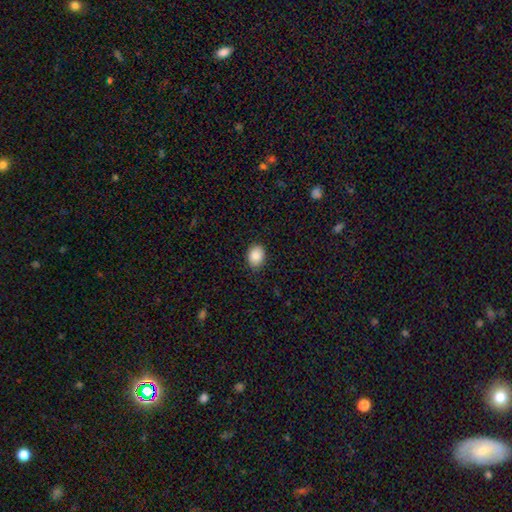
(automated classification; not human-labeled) This is clearly a smooth galaxy (88%). How rounded: likely in between (63%). Merging: clearly none (86%).